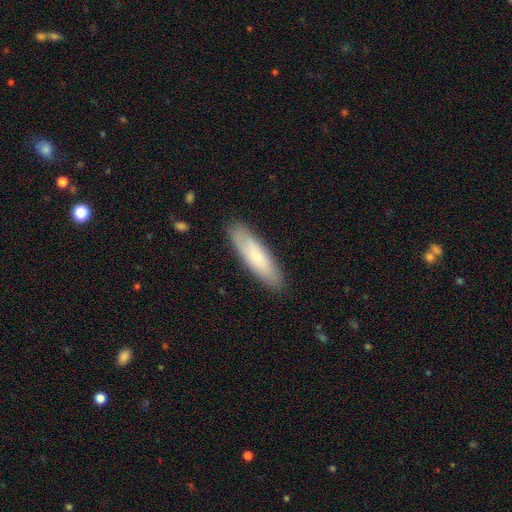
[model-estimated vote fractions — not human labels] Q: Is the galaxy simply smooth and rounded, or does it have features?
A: smooth — 66%.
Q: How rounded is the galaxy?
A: cigar-shaped — 65%.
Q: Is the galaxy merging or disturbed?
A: none — 87%.